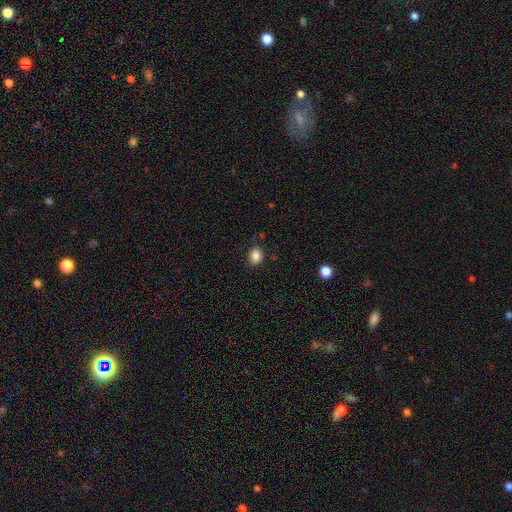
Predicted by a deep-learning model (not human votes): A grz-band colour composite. It shows a smooth galaxy with no disk features (86%) that is in between round and cigar-shaped (50%). Merging: none (84%).